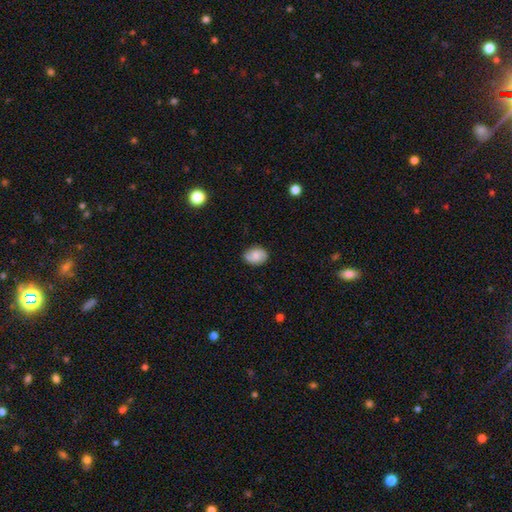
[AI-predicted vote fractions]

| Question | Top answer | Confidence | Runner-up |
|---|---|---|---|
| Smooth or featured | smooth | 50% | featured or disk (41%) |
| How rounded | in between | 68% | round (31%) |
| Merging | none | 82% | minor disturbance (13%) |